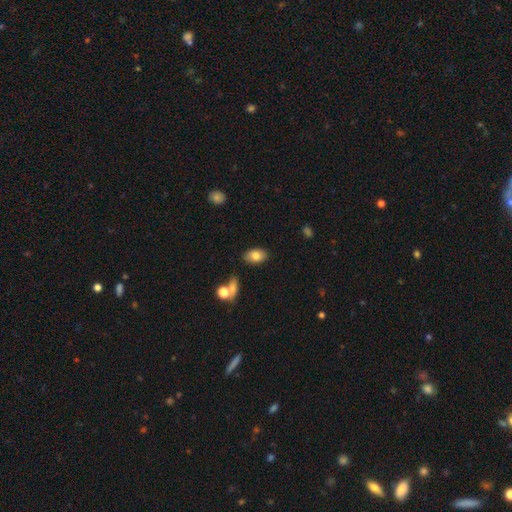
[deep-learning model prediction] Overall: smooth (80%). How rounded: in between (89%). Merging: none (81%).